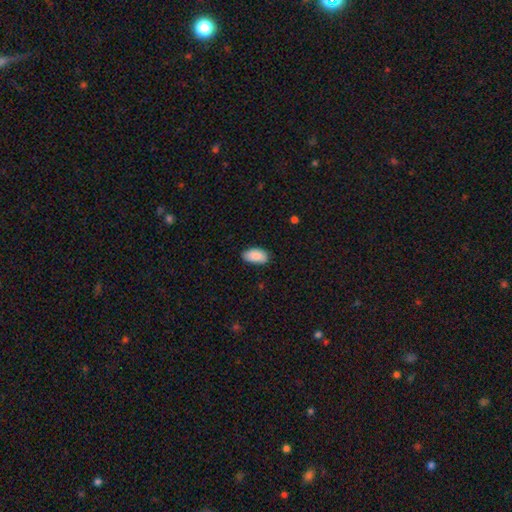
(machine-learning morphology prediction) Smooth or featured? Predicted: smooth (p=0.90). How rounded? Predicted: in between (p=0.95). Merging? Predicted: none (p=0.83).